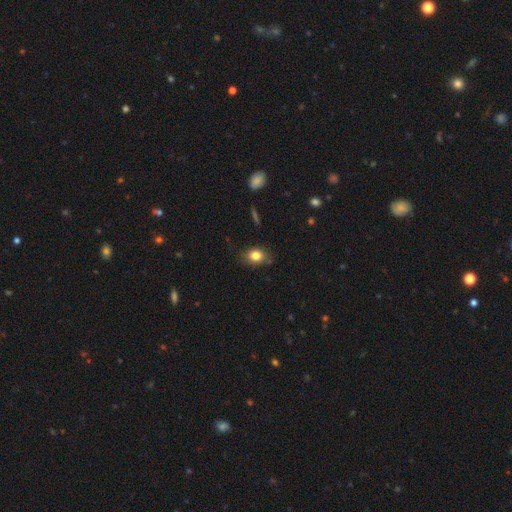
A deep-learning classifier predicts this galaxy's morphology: Q: Smooth or featured?
A: smooth (82%); runner-up: star or artifact (10%)
Q: How rounded?
A: in between (60%); runner-up: round (38%)
Q: Merging?
A: none (78%); runner-up: minor disturbance (17%)